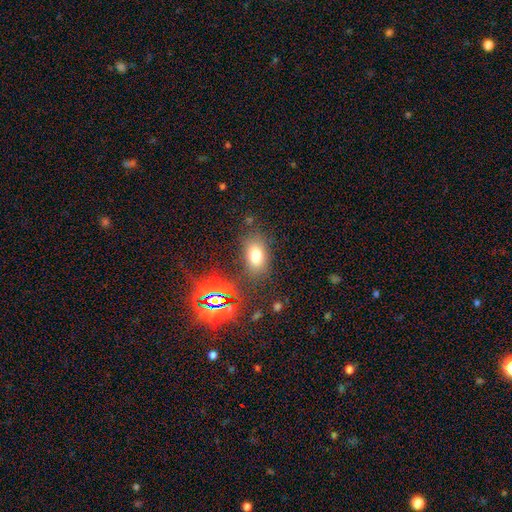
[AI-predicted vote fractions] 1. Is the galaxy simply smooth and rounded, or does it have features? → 71% smooth, 18% star or artifact, 11% featured or disk.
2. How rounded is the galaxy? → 83% in between, 14% round, 3% cigar-shaped.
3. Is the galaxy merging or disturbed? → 78% none, 13% minor disturbance, 5% major disturbance, 4% merger.